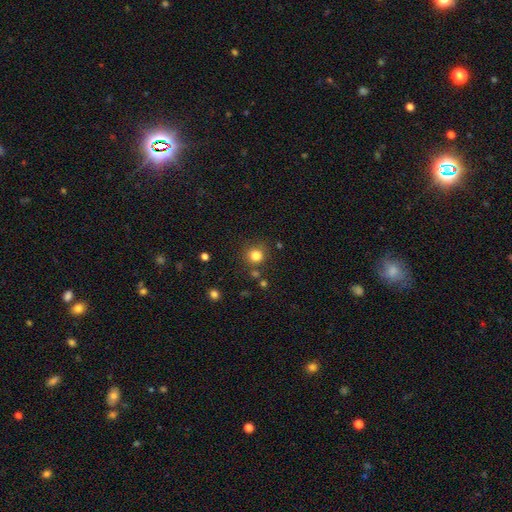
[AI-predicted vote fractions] smooth 82%, star or artifact 13%, featured or disk 5%. Down the decision tree: how rounded — round (90%); merging — none (80%).